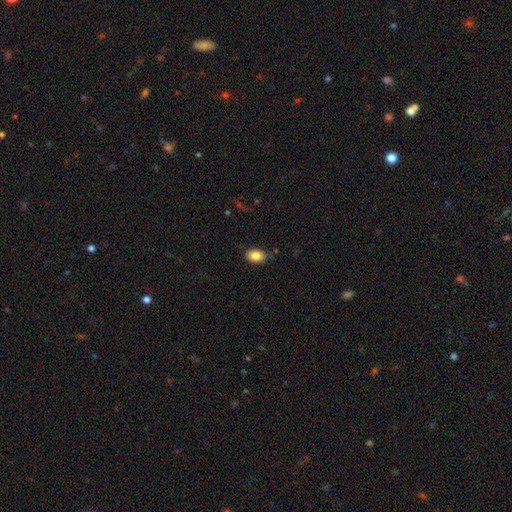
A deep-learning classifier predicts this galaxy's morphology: smooth_or_featured: smooth (p=0.85) [alt: star or artifact p=0.08]
how_rounded: in between (p=0.87) [alt: round p=0.12]
merging: none (p=0.78) [alt: minor disturbance p=0.17]